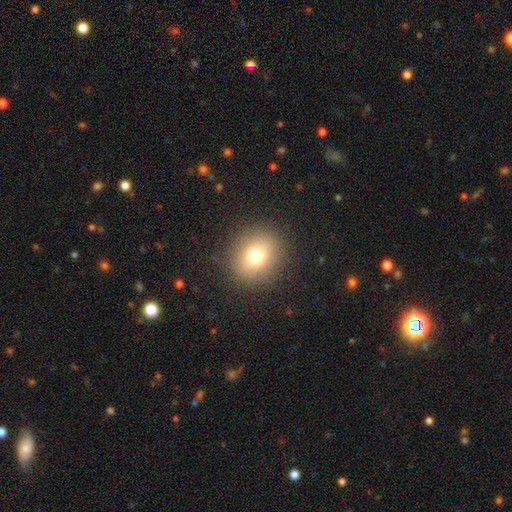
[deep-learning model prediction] A smooth galaxy with no disk features (76%) that is round (78%). Merging: none (88%).